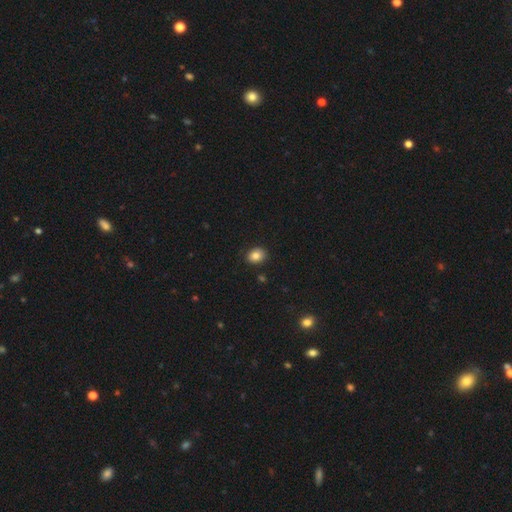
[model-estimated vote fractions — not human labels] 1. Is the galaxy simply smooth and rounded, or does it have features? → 82% smooth, 10% star or artifact, 8% featured or disk.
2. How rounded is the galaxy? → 50% round, 49% in between, 1% cigar-shaped.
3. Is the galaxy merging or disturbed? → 88% none, 9% minor disturbance, 2% major disturbance, 1% merger.